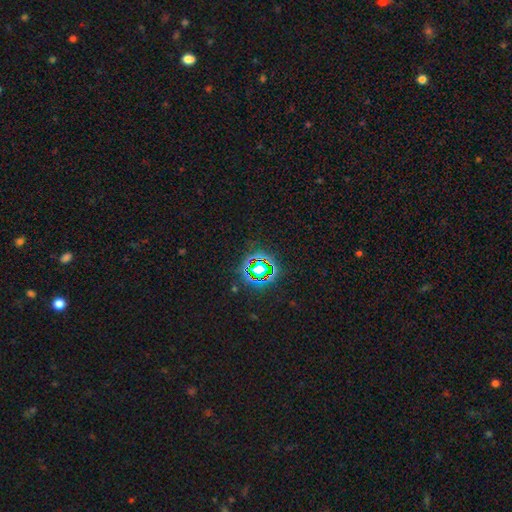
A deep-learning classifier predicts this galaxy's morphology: smooth_or_featured: star or artifact (p=0.73) [alt: smooth p=0.18]